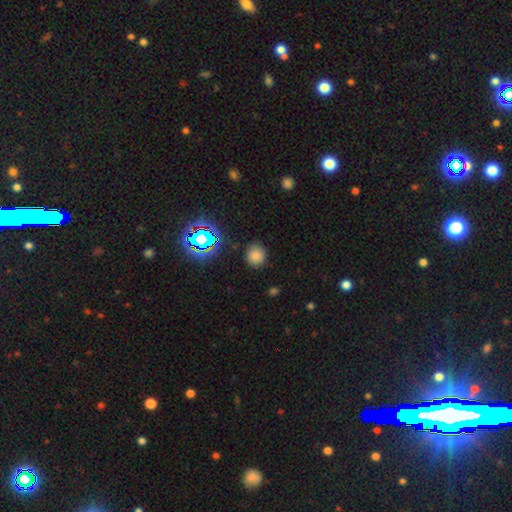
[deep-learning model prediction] smooth_or_featured: smooth (p=0.76) [alt: star or artifact p=0.18]
how_rounded: round (p=0.88) [alt: in between p=0.11]
merging: none (p=0.85) [alt: minor disturbance p=0.10]